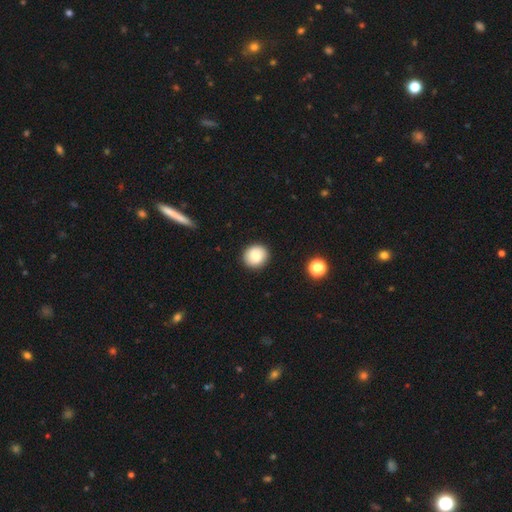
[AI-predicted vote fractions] A smooth galaxy with no disk features (81%) that is round (86%).

Vote fractions:
- Smooth or featured? smooth: 81% / featured or disk: 10% / star or artifact: 9%
- How rounded? round: 86% / in between: 13% / cigar-shaped: 1%
- Merging? none: 91% / minor disturbance: 6% / major disturbance: 2% / merger: 1%